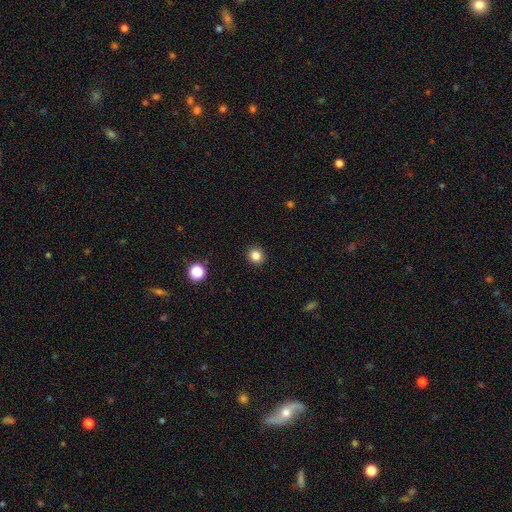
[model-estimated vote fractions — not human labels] Overall: smooth (83%). How rounded: round (93%). Merging: none (93%).